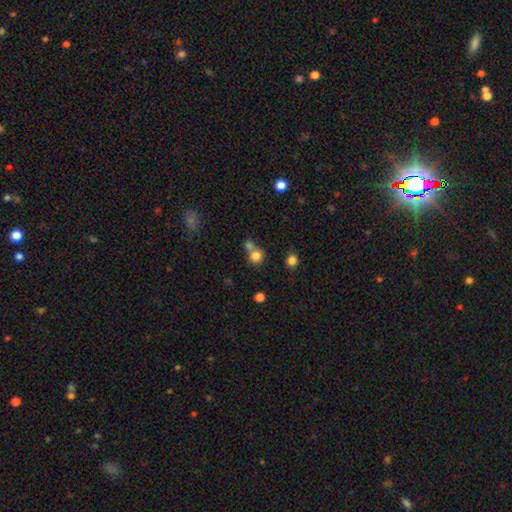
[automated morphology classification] A smooth galaxy with no disk features (79%) that is round (84%). Merging: none (47%).